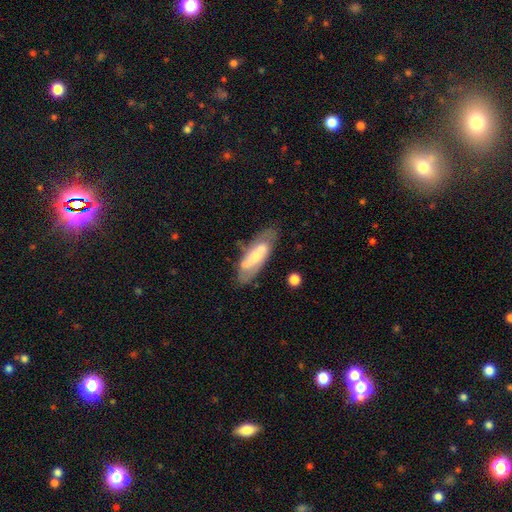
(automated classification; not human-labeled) featured or disk 57%, smooth 38%, star or artifact 6%. Down the decision tree: edge-on disk — no (80%); merging — none (67%).